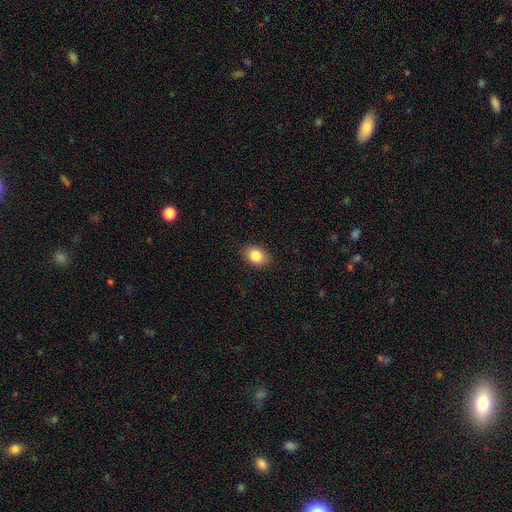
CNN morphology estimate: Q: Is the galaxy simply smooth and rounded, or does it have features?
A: smooth — 85%.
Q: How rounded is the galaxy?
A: in between — 76%.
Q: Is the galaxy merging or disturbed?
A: none — 88%.